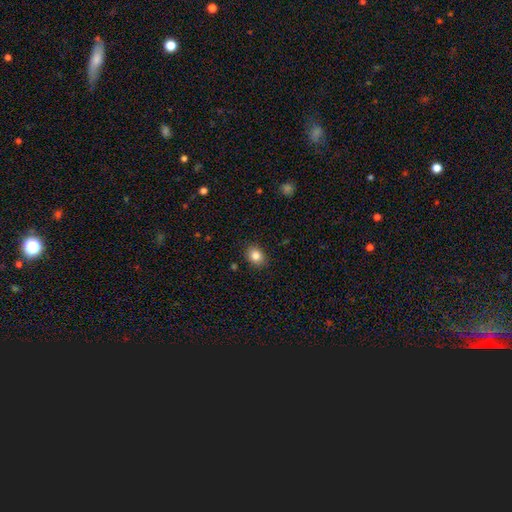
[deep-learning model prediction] smooth_or_featured: smooth (p=0.84) [alt: star or artifact p=0.10]
how_rounded: in between (p=0.53) [alt: round p=0.46]
merging: none (p=0.88) [alt: minor disturbance p=0.09]